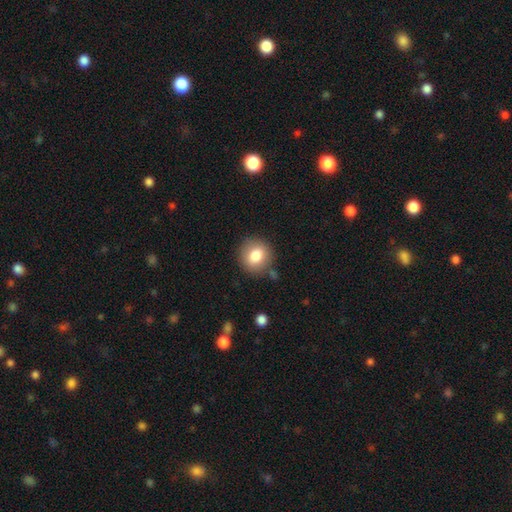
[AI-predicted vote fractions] Smooth or featured: smooth — 81% (featured or disk — 10%)
How rounded: round — 84% (in between — 15%)
Merging: none — 84% (minor disturbance — 10%)